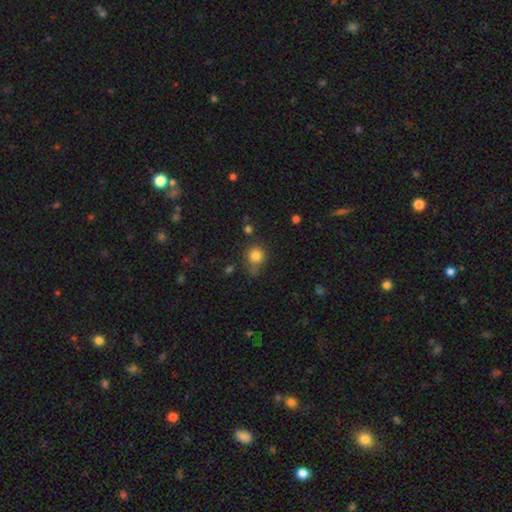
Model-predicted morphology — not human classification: Smooth or featured: smooth — 82% (star or artifact — 12%)
How rounded: round — 89% (in between — 10%)
Merging: none — 69% (minor disturbance — 18%)